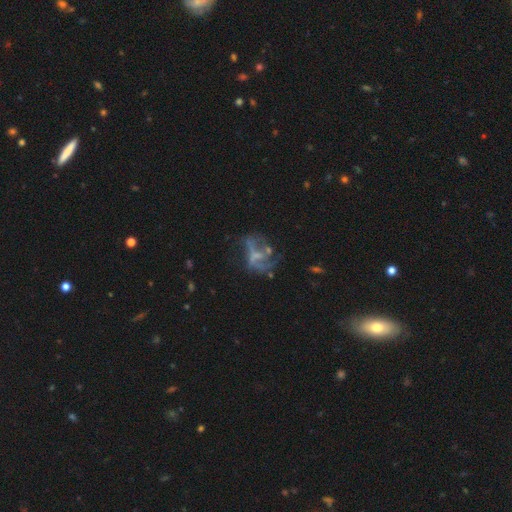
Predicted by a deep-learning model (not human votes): A featured or disk galaxy (66%) with no bar (61%), no spiral arms (54%) and no central bulge (56%).

Vote fractions:
- Smooth or featured? featured or disk: 66% / smooth: 19% / star or artifact: 15%
- Edge-on disk? no: 97% / yes: 3%
- Bar? no: 61% / weak: 28% / strong: 10%
- Spiral arms? no: 54% / yes: 46%
- Bulge size? none: 56% / small: 26% / moderate: 14% / large: 3% / dominant: 1%
- Merging? major disturbance: 41% / none: 31% / minor disturbance: 17% / merger: 12%